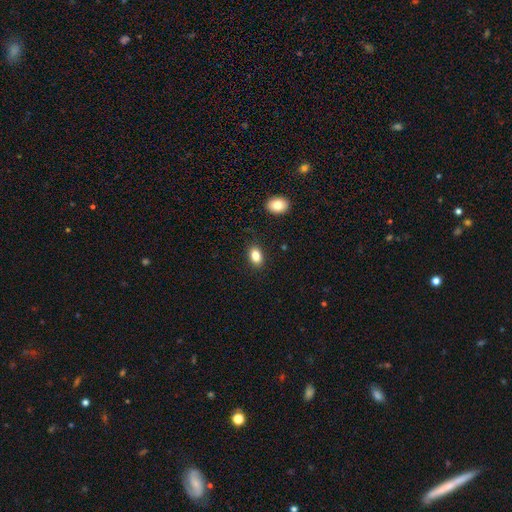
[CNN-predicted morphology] A smooth galaxy with no disk features (83%) that is in between round and cigar-shaped (85%).

Vote fractions:
- Smooth or featured? smooth: 83% / star or artifact: 9% / featured or disk: 8%
- How rounded? in between: 85% / round: 14% / cigar-shaped: 2%
- Merging? none: 87% / minor disturbance: 9% / major disturbance: 2% / merger: 2%